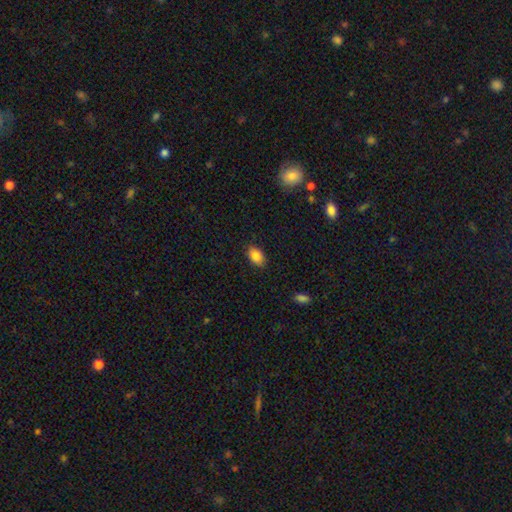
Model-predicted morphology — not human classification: type=smooth (85%); roundness=in between (88%); merging=none (86%).